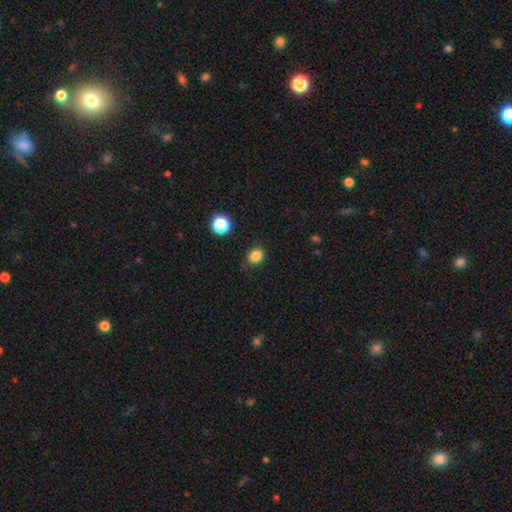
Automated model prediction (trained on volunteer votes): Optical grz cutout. It shows a smooth galaxy with no disk features (84%) that is round (67%). Merging: none (84%).